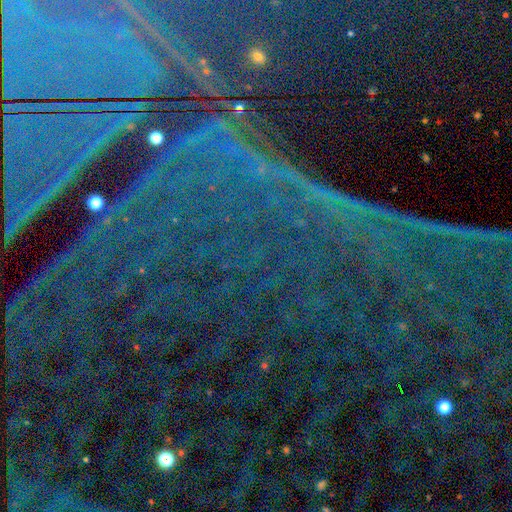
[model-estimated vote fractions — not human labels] Smooth or featured: star or artifact — 88% (featured or disk — 6%)